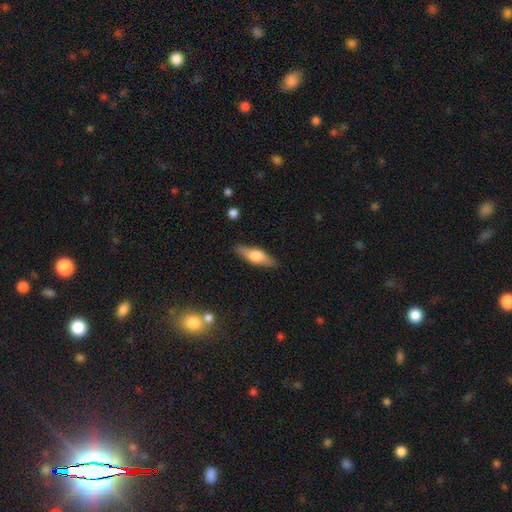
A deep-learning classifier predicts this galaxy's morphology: This is possibly a smooth galaxy (57%). How rounded: possibly in between (50%). Merging: clearly none (86%).